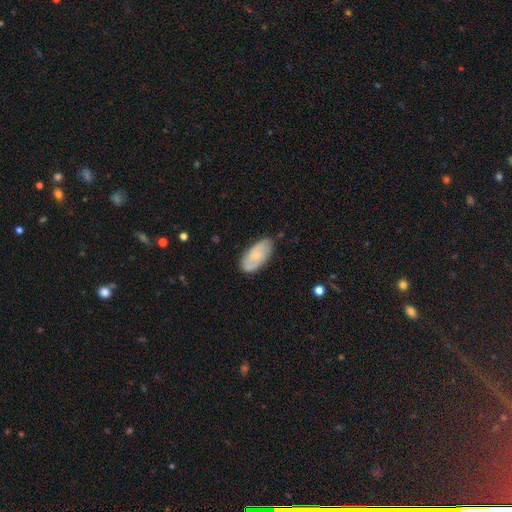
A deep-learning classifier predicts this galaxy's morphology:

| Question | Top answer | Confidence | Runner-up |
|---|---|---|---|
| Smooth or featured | smooth | 55% | featured or disk (38%) |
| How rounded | in between | 90% | cigar-shaped (7%) |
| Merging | none | 74% | minor disturbance (20%) |